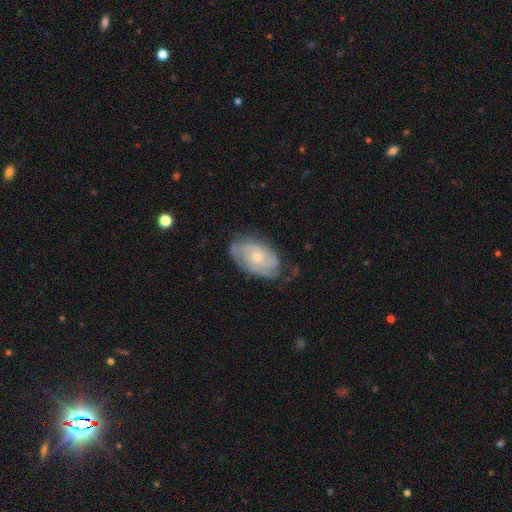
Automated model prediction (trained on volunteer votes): This appears to be a featured or disk galaxy (73%) with no bar (77%), tight (60%) spiral arms (89%) and a small central bulge (59%). Merging: none (69%).